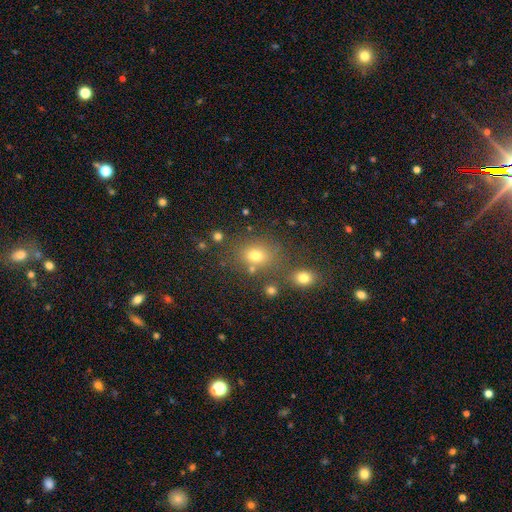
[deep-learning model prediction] Smooth or featured?
  - smooth: 71% *
  - star or artifact: 18%
  - featured or disk: 11%
How rounded?
  - in between: 50% *
  - round: 49%
  - cigar-shaped: 1%
Merging?
  - none: 69% *
  - merger: 13%
  - minor disturbance: 12%
  - major disturbance: 5%